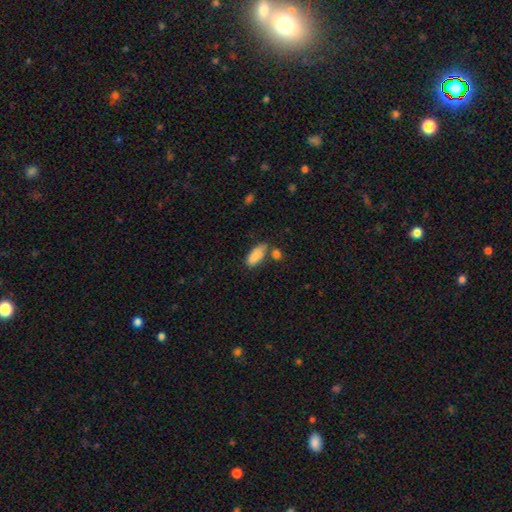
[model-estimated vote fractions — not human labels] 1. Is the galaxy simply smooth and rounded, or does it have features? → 85% smooth, 8% featured or disk, 7% star or artifact.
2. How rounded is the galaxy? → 85% in between, 13% cigar-shaped, 2% round.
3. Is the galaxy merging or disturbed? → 52% none, 21% minor disturbance, 20% merger, 6% major disturbance.